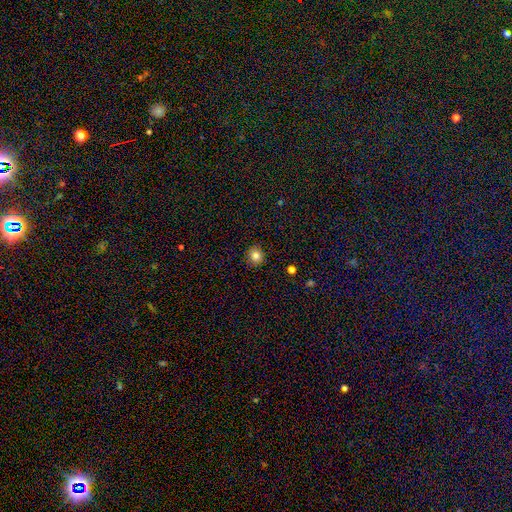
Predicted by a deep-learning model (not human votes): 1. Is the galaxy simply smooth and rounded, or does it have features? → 82% smooth, 11% star or artifact, 6% featured or disk.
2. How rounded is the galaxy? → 89% round, 10% in between, 1% cigar-shaped.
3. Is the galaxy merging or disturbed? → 91% none, 7% minor disturbance, 2% major disturbance, 1% merger.